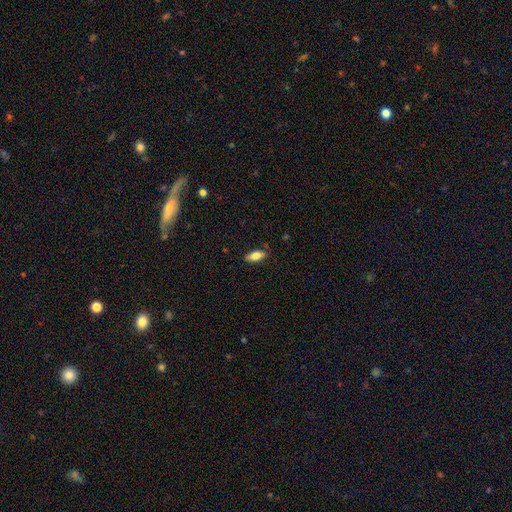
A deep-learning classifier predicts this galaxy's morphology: Smooth or featured? Predicted: smooth (p=0.77). How rounded? Predicted: in between (p=0.81). Merging? Predicted: none (p=0.83).